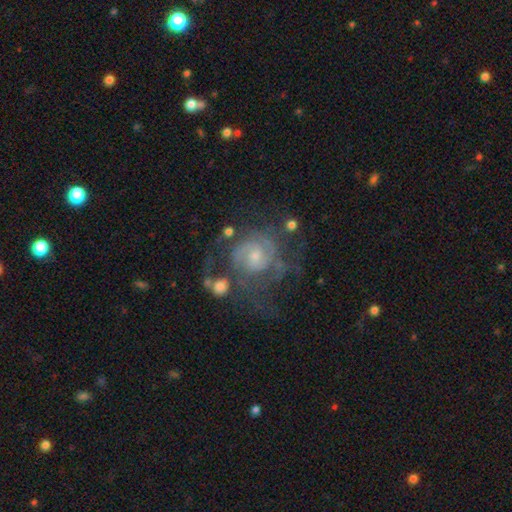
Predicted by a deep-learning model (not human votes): Q: Smooth or featured?
A: featured or disk (78%); runner-up: smooth (14%)
Q: Edge-on disk?
A: no (98%); runner-up: yes (2%)
Q: Bar?
A: no (64%); runner-up: weak (31%)
Q: Spiral arms?
A: yes (88%); runner-up: no (12%)
Q: Spiral winding?
A: tight (54%); runner-up: medium (34%)
Q: Spiral arm count?
A: can't tell (38%); runner-up: 2 (31%)
Q: Bulge size?
A: small (54%); runner-up: moderate (37%)
Q: Merging?
A: none (47%); runner-up: major disturbance (25%)